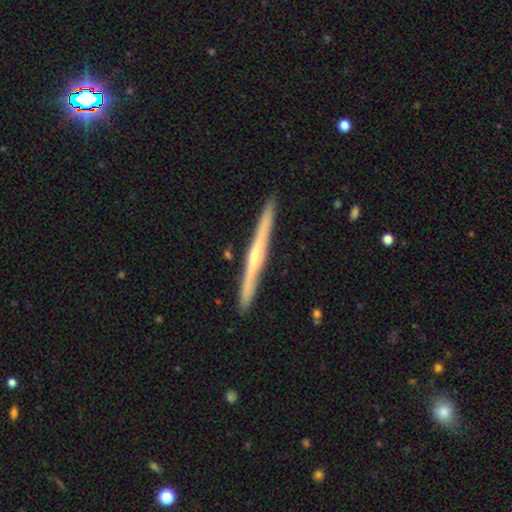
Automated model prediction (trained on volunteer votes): This is likely a featured or disk galaxy (70%). It is clearly viewed edge-on (98%). Edge-on bulge: possibly rounded (59%). Merging: clearly none (92%).